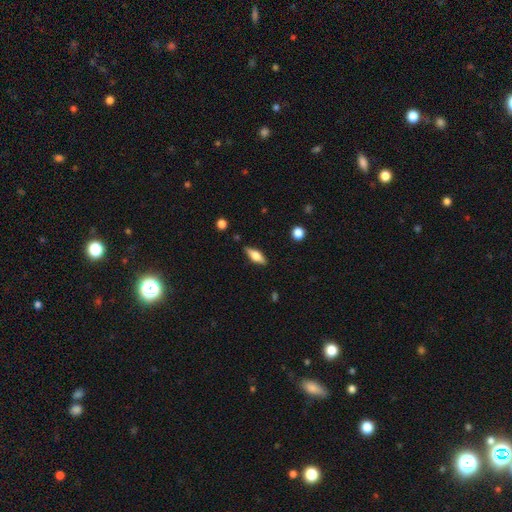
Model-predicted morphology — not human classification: Q: Smooth or featured?
A: smooth (58%); runner-up: featured or disk (36%)
Q: How rounded?
A: in between (63%); runner-up: cigar-shaped (34%)
Q: Merging?
A: none (85%); runner-up: minor disturbance (12%)